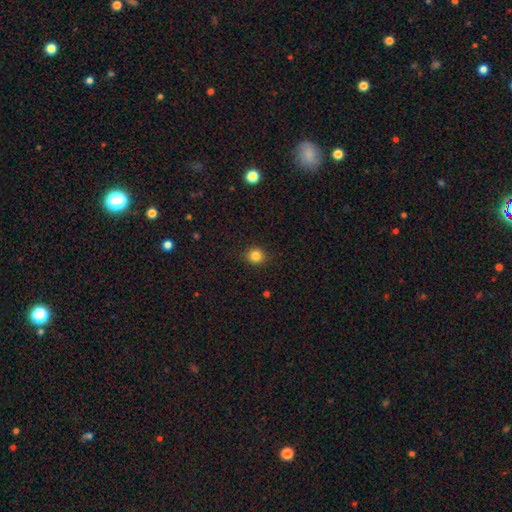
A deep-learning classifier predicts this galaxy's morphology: The model was most divided on "smooth or featured": smooth: 84%, star or artifact: 12%, featured or disk: 4%. More confident: merging — none (90%); how rounded — round (89%).